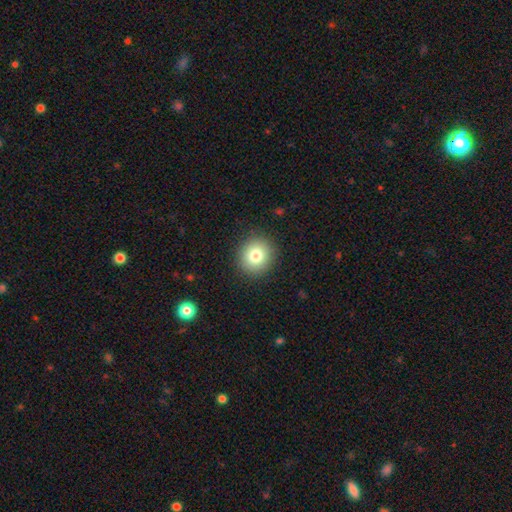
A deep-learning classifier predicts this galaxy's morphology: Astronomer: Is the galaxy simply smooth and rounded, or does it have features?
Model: smooth — 80%.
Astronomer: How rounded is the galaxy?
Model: round — 89%.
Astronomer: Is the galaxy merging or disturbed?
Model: none — 90%.